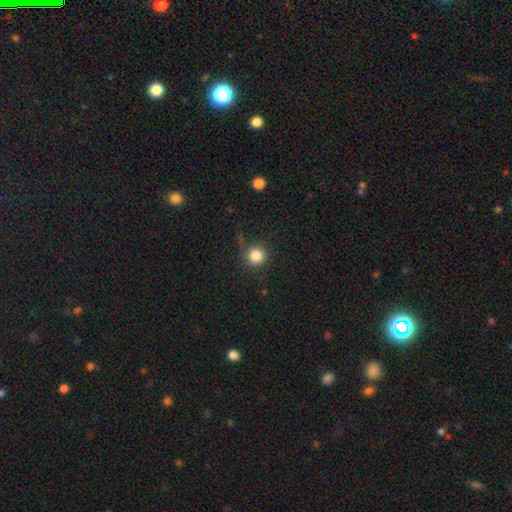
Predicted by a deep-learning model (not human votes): Smooth or featured: smooth — 83% (star or artifact — 11%)
How rounded: round — 94% (in between — 5%)
Merging: none — 79% (minor disturbance — 13%)